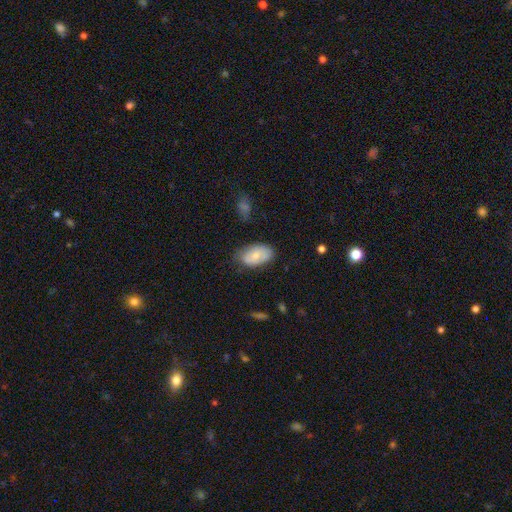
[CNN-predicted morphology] Smooth or featured: smooth — 70% (featured or disk — 24%)
How rounded: in between — 93% (round — 5%)
Merging: none — 67% (minor disturbance — 26%)